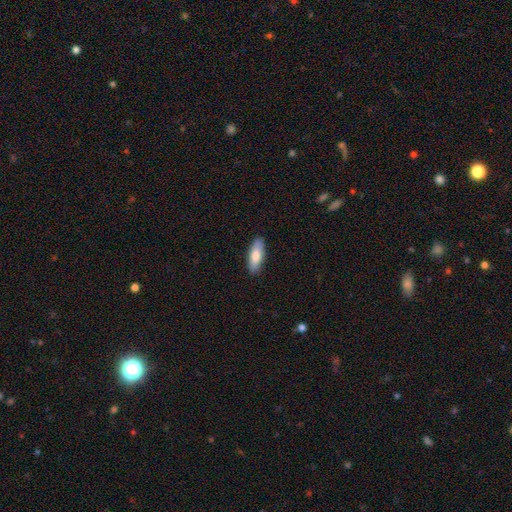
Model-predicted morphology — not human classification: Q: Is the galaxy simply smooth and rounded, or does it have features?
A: smooth — 80%.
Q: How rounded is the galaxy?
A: in between — 61%.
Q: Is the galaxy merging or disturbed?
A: none — 89%.